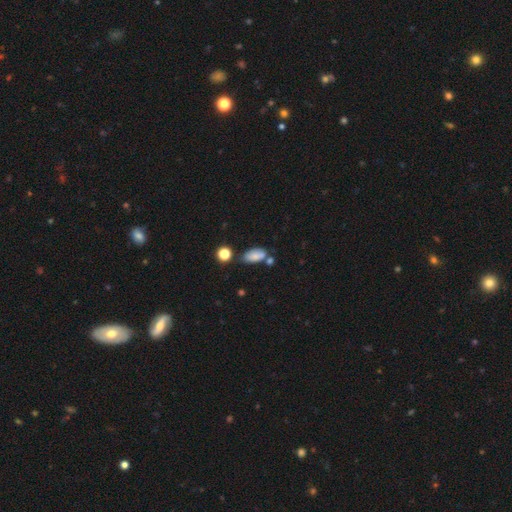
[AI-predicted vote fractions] Morphology: type=smooth (80%); roundness=in between (89%); merging=none (58%).